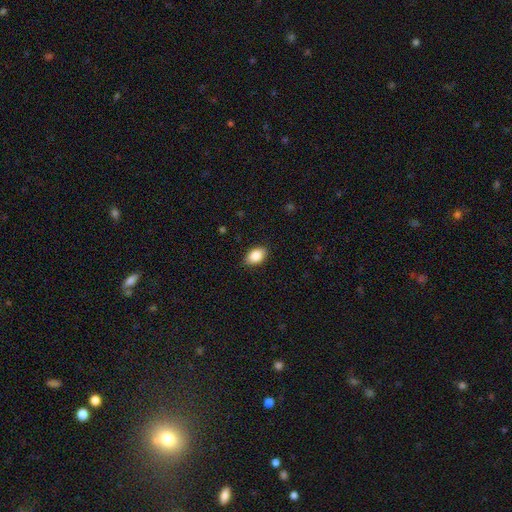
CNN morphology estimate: This is clearly a smooth galaxy (87%). How rounded: clearly in between (89%). Merging: clearly none (85%).